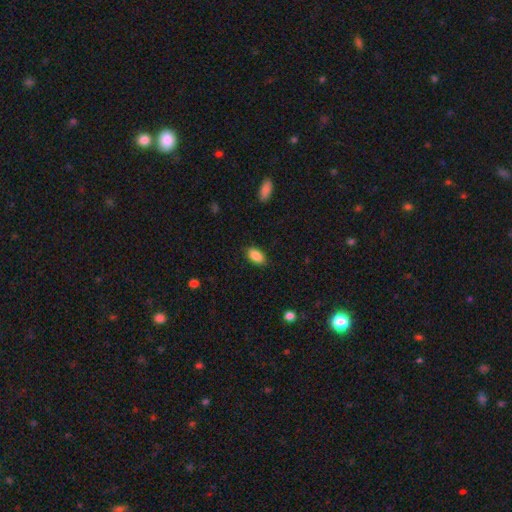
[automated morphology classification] A smooth galaxy with no disk features (88%) that is in between round and cigar-shaped (91%). Merging: none (86%).